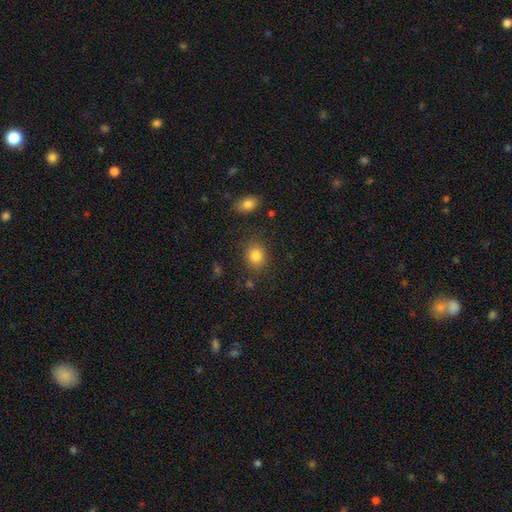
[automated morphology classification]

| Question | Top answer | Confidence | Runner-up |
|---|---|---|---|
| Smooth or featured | smooth | 84% | star or artifact (10%) |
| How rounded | round | 61% | in between (38%) |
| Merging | none | 80% | minor disturbance (12%) |